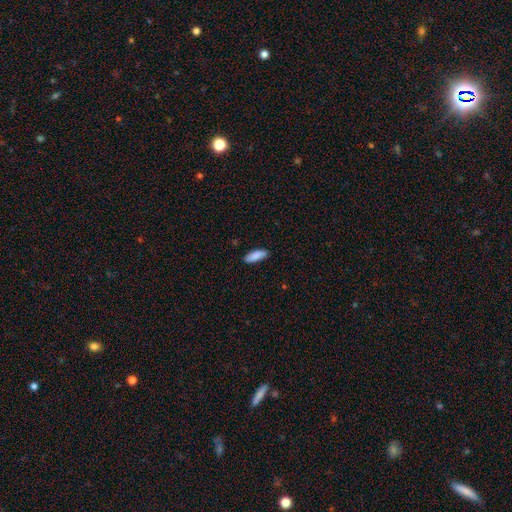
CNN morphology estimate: Smooth or featured?
  - smooth: 89% *
  - star or artifact: 6%
  - featured or disk: 5%
How rounded?
  - in between: 68% *
  - cigar-shaped: 30%
  - round: 2%
Merging?
  - none: 84% *
  - minor disturbance: 12%
  - major disturbance: 2%
  - merger: 1%